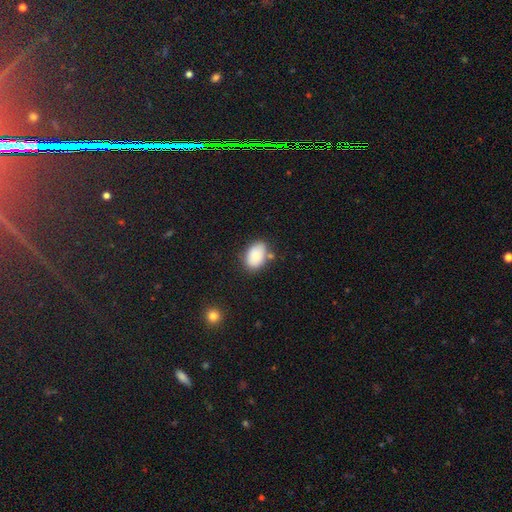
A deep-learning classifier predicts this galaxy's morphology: A smooth galaxy with no disk features (85%) that is in between round and cigar-shaped (85%). Merging: none (69%).